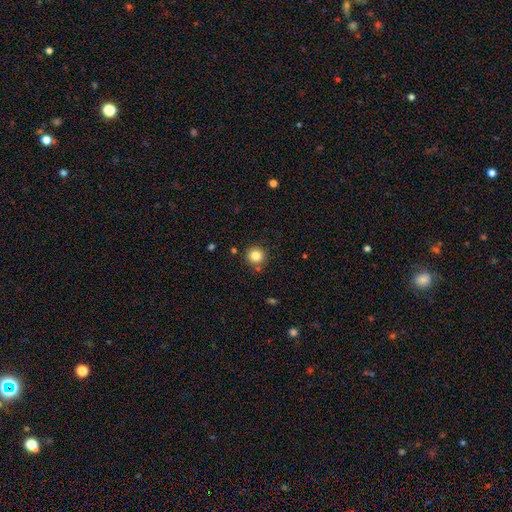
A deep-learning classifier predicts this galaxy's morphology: A smooth galaxy with no disk features (83%) that is round (94%). Merging: none (85%).